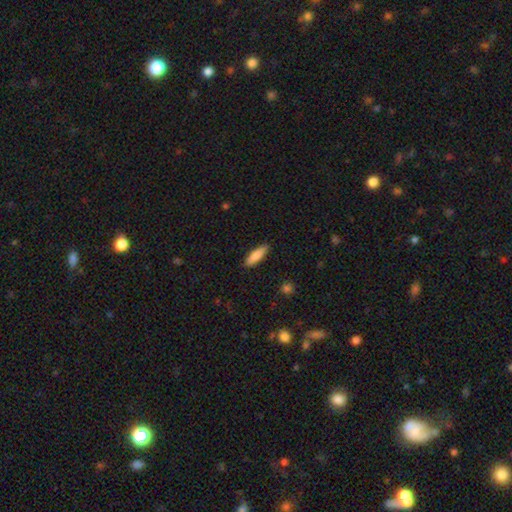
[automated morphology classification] type=smooth (82%); roundness=cigar-shaped (64%); merging=none (89%).